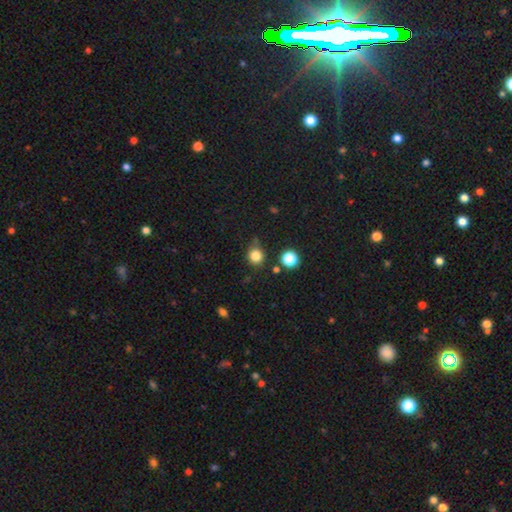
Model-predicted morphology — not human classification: Q: Smooth or featured?
A: smooth (82%); runner-up: star or artifact (13%)
Q: How rounded?
A: round (86%); runner-up: in between (13%)
Q: Merging?
A: none (72%); runner-up: minor disturbance (18%)